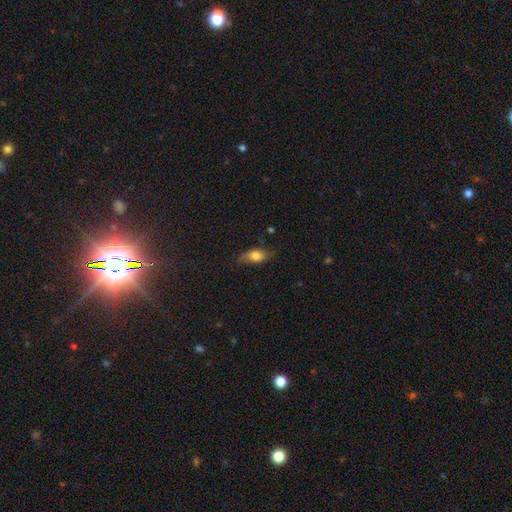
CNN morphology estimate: A smooth galaxy with no disk features (73%) that is in between round and cigar-shaped (83%).

Vote fractions:
- Smooth or featured? smooth: 73% / featured or disk: 18% / star or artifact: 9%
- How rounded? in between: 83% / cigar-shaped: 9% / round: 7%
- Merging? none: 65% / minor disturbance: 25% / major disturbance: 8% / merger: 2%